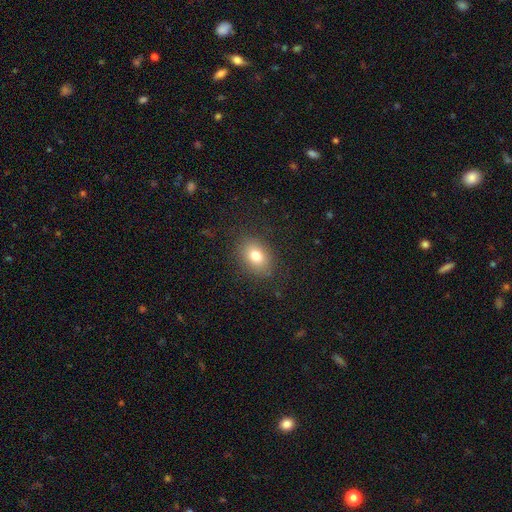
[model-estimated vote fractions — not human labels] Overall: smooth (77%). How rounded: in between (65%; round 34%). Merging: none (85%).